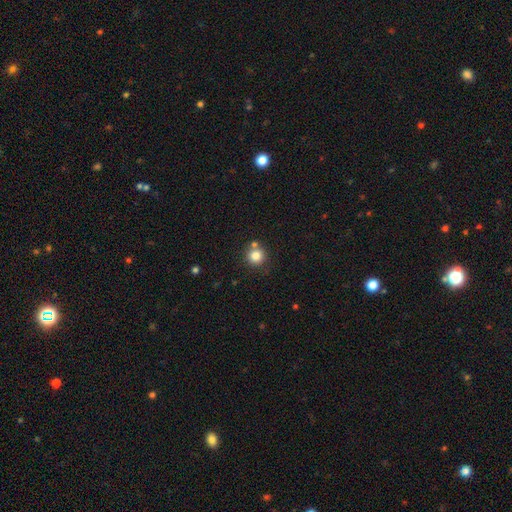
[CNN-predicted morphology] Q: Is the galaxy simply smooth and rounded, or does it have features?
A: smooth — 81%.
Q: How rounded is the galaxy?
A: round — 93%.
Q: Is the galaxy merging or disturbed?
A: none — 74%.